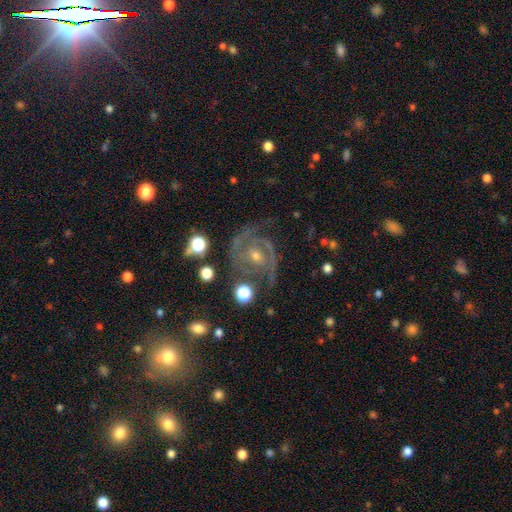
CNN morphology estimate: Smooth or featured: featured or disk — 85% (star or artifact — 9%)
Edge-on disk: no — 97% (yes — 3%)
Bar: no — 60% (weak — 30%)
Spiral arms: yes — 96% (no — 4%)
Spiral winding: tight — 54% (medium — 38%)
Spiral arm count: 2 — 50% (3 — 20%)
Bulge size: small — 48% (moderate — 47%)
Merging: none — 71% (minor disturbance — 16%)